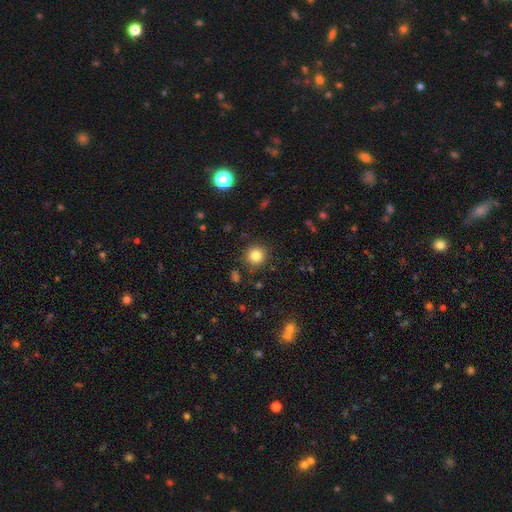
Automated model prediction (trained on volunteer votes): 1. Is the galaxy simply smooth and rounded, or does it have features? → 82% smooth, 12% star or artifact, 6% featured or disk.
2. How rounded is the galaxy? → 92% round, 7% in between, 1% cigar-shaped.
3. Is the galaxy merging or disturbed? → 89% none, 7% minor disturbance, 2% major disturbance, 2% merger.